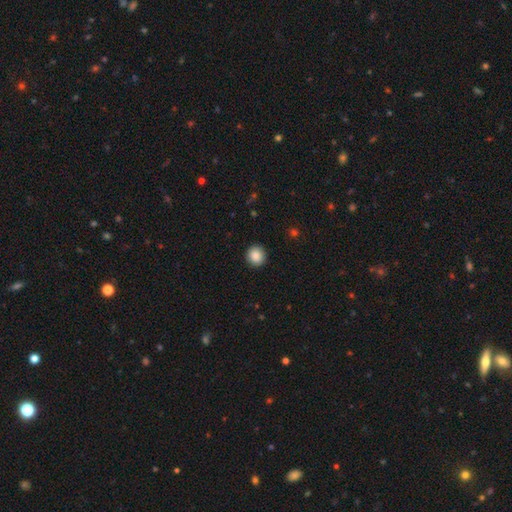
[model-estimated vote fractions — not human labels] Smooth or featured? Predicted: smooth (p=0.88). How rounded? Predicted: round (p=0.92). Merging? Predicted: none (p=0.92).